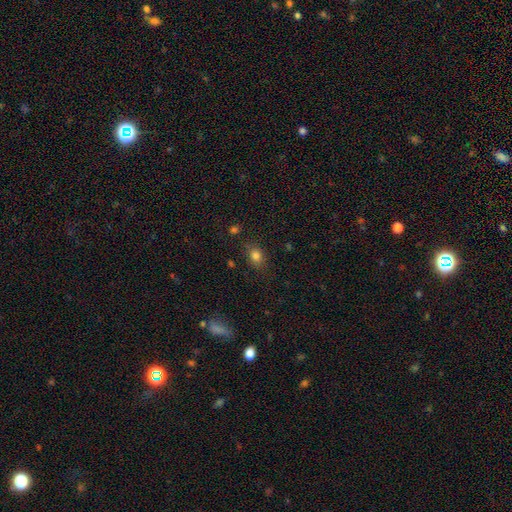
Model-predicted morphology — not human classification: A smooth galaxy with no disk features (80%) that is in between round and cigar-shaped (56%). Merging: none (80%).